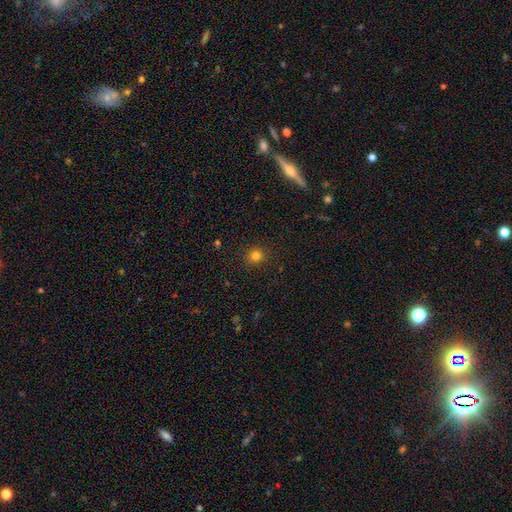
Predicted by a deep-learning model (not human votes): A smooth galaxy with no disk features (80%) that is round (92%).

Vote fractions:
- Smooth or featured? smooth: 80% / star or artifact: 15% / featured or disk: 5%
- How rounded? round: 92% / in between: 8% / cigar-shaped: 1%
- Merging? none: 91% / minor disturbance: 6% / major disturbance: 2% / merger: 1%